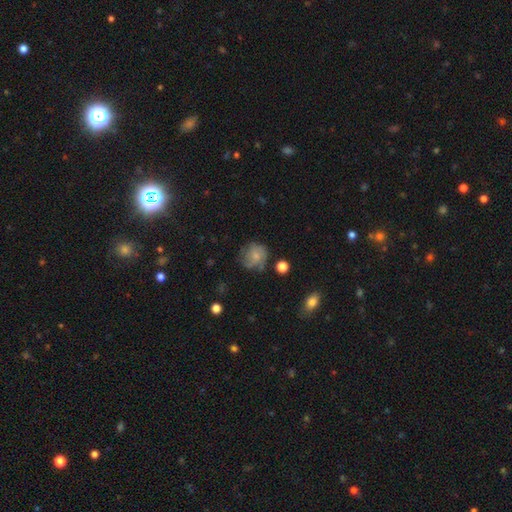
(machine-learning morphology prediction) Q: Smooth or featured?
A: smooth (55%); runner-up: featured or disk (35%)
Q: How rounded?
A: round (81%); runner-up: in between (18%)
Q: Merging?
A: none (59%); runner-up: minor disturbance (26%)